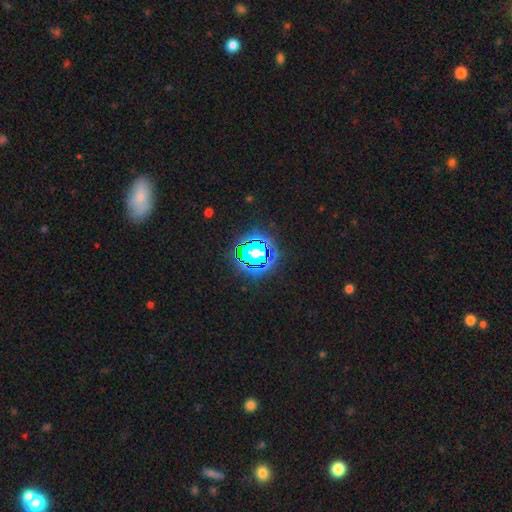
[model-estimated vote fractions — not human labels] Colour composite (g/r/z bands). It shows a star or artifact, not a galaxy (63%).